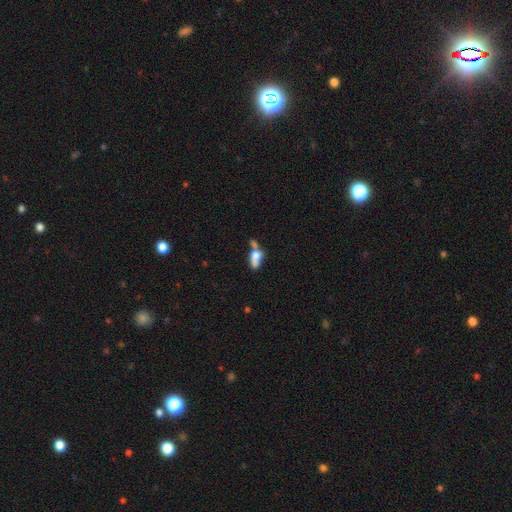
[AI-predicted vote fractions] The model was most divided on "merging": merger: 49%, none: 23%, major disturbance: 14%, minor disturbance: 14%. More confident: how rounded — in between (76%); smooth or featured — smooth (61%).